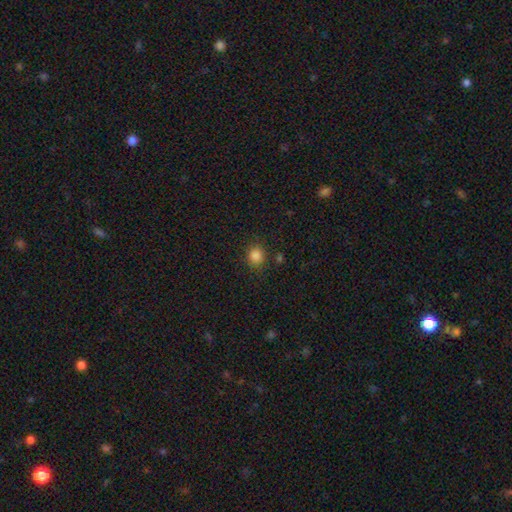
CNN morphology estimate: Overall: smooth (84%). How rounded: round (81%). Merging: none (84%).